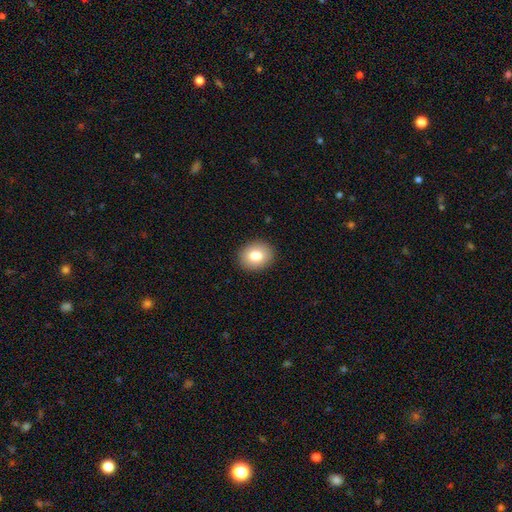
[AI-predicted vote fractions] Smooth or featured?
  - smooth: 80% *
  - featured or disk: 11%
  - star or artifact: 9%
How rounded?
  - round: 58% *
  - in between: 41%
  - cigar-shaped: 1%
Merging?
  - none: 90% *
  - minor disturbance: 7%
  - major disturbance: 2%
  - merger: 1%